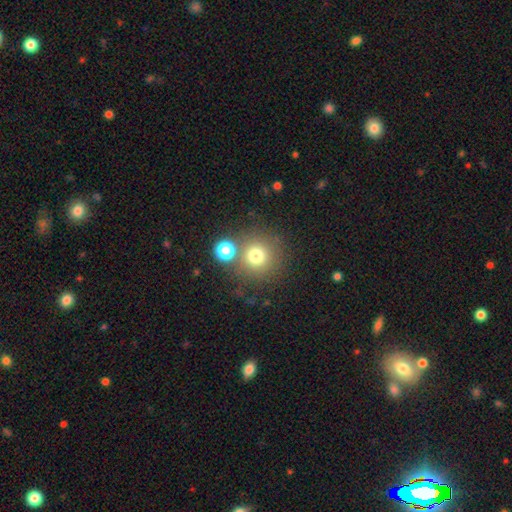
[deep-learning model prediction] smooth_or_featured: smooth (p=0.74) [alt: star or artifact p=0.15]
how_rounded: round (p=0.94) [alt: in between p=0.05]
merging: none (p=0.72) [alt: merger p=0.15]